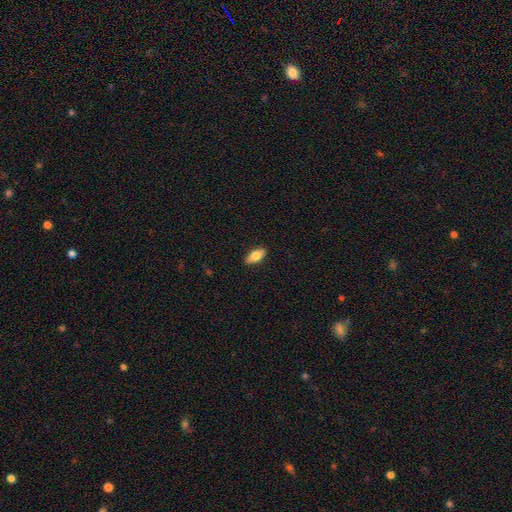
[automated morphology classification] A smooth galaxy with no disk features (71%) that is in between round and cigar-shaped (86%). Merging: none (89%).